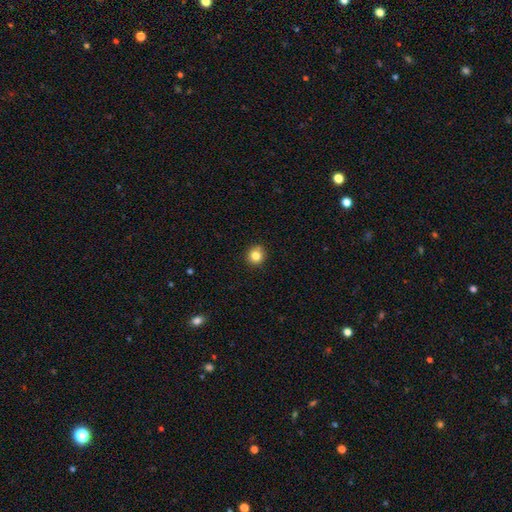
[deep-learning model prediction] Smooth or featured: smooth — 83% (star or artifact — 11%)
How rounded: round — 93% (in between — 6%)
Merging: none — 86% (minor disturbance — 9%)